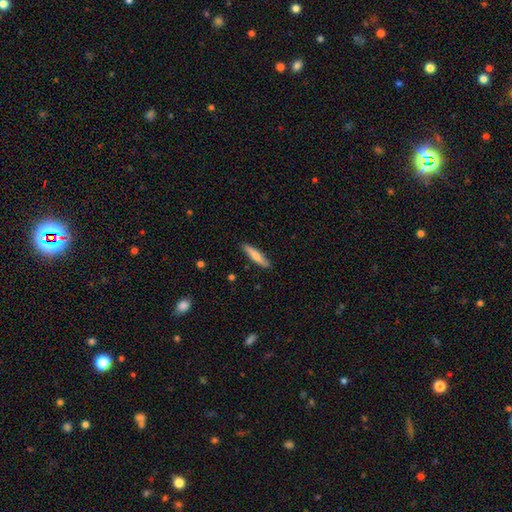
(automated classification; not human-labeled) smooth 68%, featured or disk 27%, star or artifact 5%. Down the decision tree: how rounded — cigar-shaped (85%); merging — none (89%).